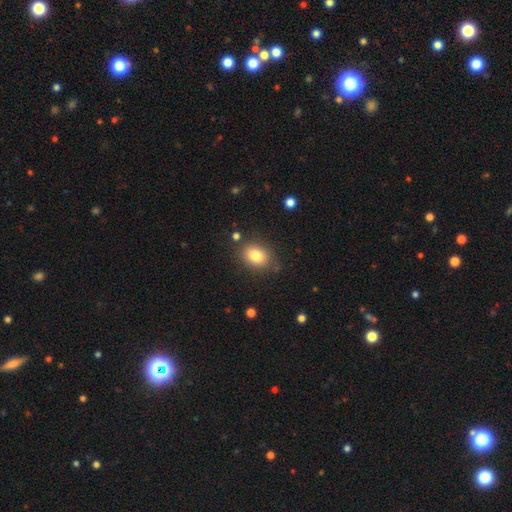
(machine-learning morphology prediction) Smooth or featured? smooth (81%)
How rounded? in between (65%)
Merging? none (81%)